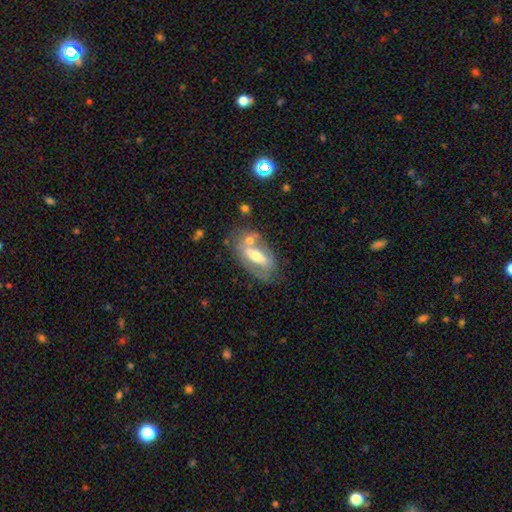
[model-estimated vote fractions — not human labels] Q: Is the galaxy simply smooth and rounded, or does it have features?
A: featured or disk — 58%.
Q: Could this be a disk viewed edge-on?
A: no — 81%.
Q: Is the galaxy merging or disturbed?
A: none — 57%.